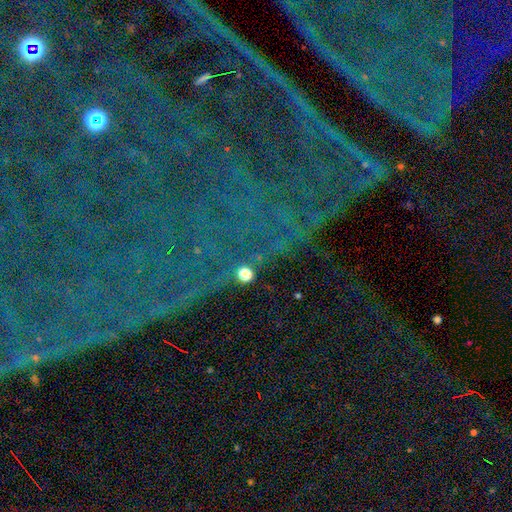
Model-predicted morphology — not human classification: This appears to be a star or artifact, not a galaxy (87%).